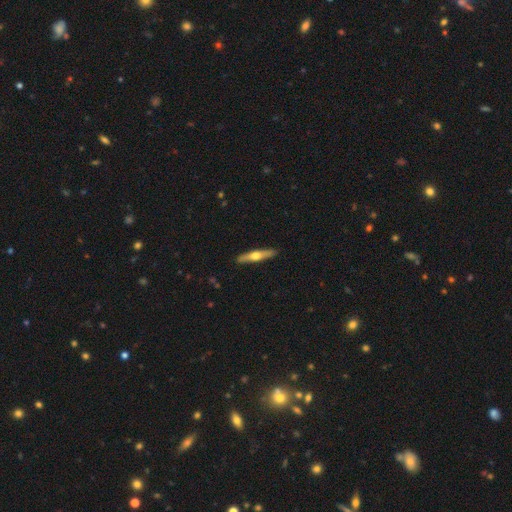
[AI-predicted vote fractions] Smooth or featured: featured or disk — 56% (smooth — 39%)
Edge-on disk: yes — 95% (no — 5%)
Edge-on bulge: rounded — 93% (none — 5%)
Merging: none — 91% (minor disturbance — 6%)